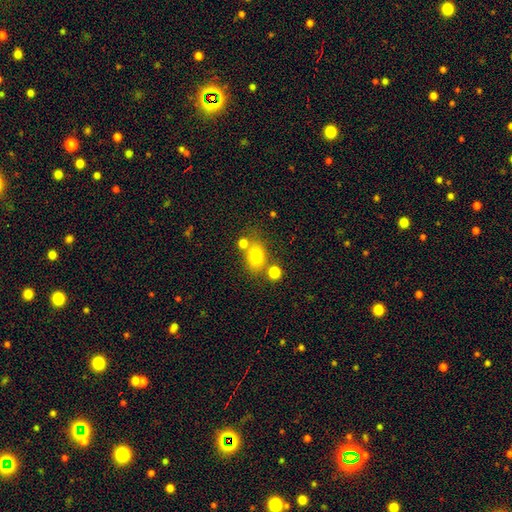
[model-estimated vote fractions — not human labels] smooth 76%, star or artifact 13%, featured or disk 12%. Down the decision tree: how rounded — in between (58%); merging — none (62%).